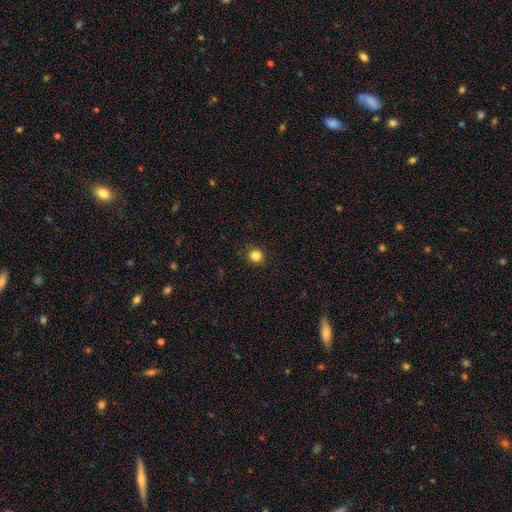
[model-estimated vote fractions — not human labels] This is clearly a smooth galaxy (84%). How rounded: clearly round (88%). Merging: clearly none (90%).